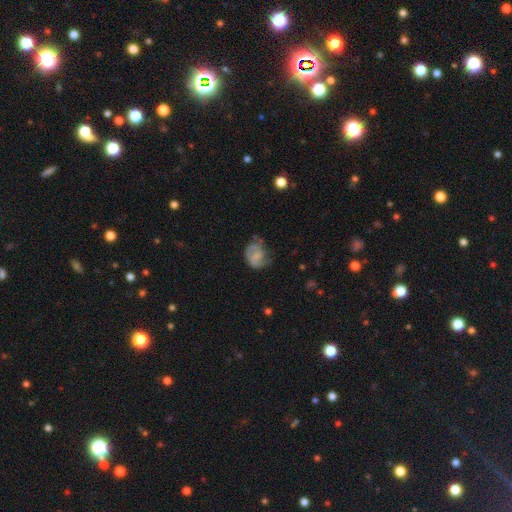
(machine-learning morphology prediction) smooth_or_featured: smooth (p=0.46) [alt: featured or disk p=0.45]
merging: none (p=0.43) [alt: minor disturbance p=0.30]